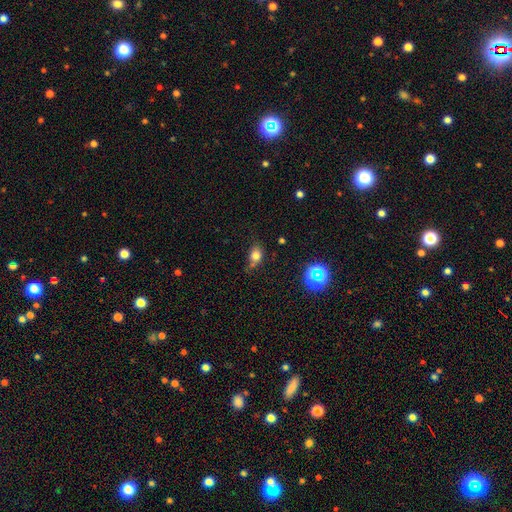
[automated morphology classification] Smooth or featured: smooth — 75% (star or artifact — 16%)
How rounded: in between — 55% (round — 44%)
Merging: none — 57% (minor disturbance — 26%)